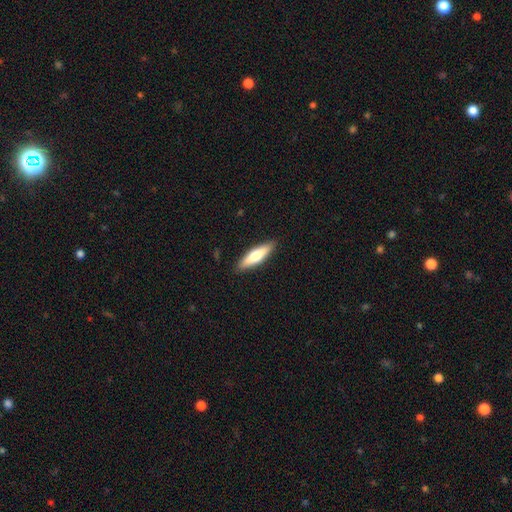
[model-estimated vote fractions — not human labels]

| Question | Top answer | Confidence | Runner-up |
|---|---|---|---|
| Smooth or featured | smooth | 64% | featured or disk (31%) |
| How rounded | cigar-shaped | 70% | in between (29%) |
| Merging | none | 89% | minor disturbance (8%) |